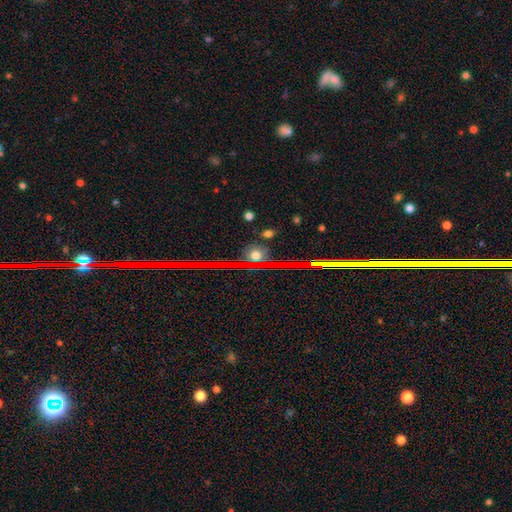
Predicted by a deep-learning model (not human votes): A smooth galaxy with no disk features (50%). Merging: none (80%).